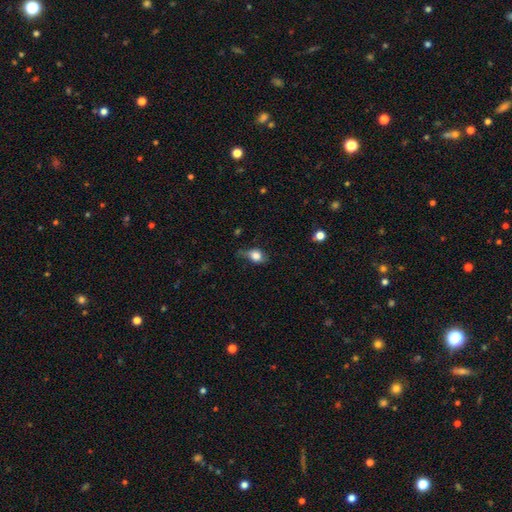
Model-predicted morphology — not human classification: smooth-or-featured: smooth: 76% | featured or disk: 14% | star or artifact: 10%
  how-rounded: in between: 59% | round: 38% | cigar-shaped: 3%
  merging: none: 42% | minor disturbance: 37% | major disturbance: 18% | merger: 2%